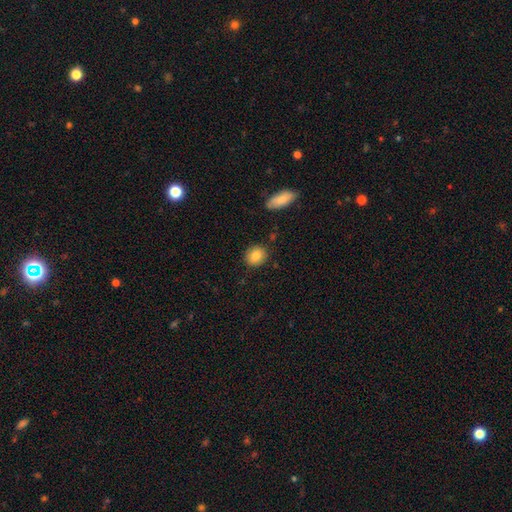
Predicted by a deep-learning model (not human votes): smooth-or-featured: smooth: 84% | star or artifact: 8% | featured or disk: 8%
  how-rounded: round: 71% | in between: 28% | cigar-shaped: 1%
  merging: none: 87% | minor disturbance: 8% | merger: 2% | major disturbance: 2%